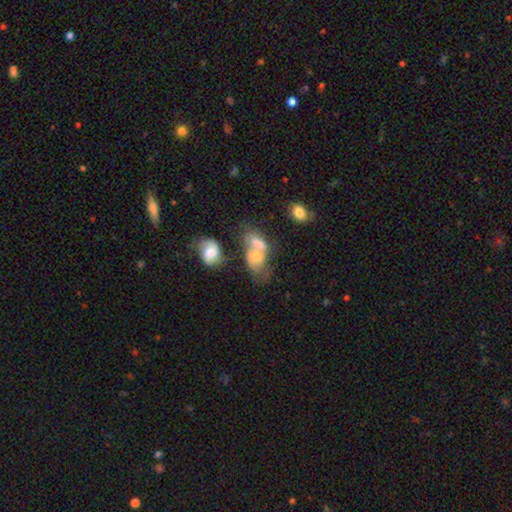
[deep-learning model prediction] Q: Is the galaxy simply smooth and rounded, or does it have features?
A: smooth — 57%.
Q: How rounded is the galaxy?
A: in between — 82%.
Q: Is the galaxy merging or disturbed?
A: merger — 61%.